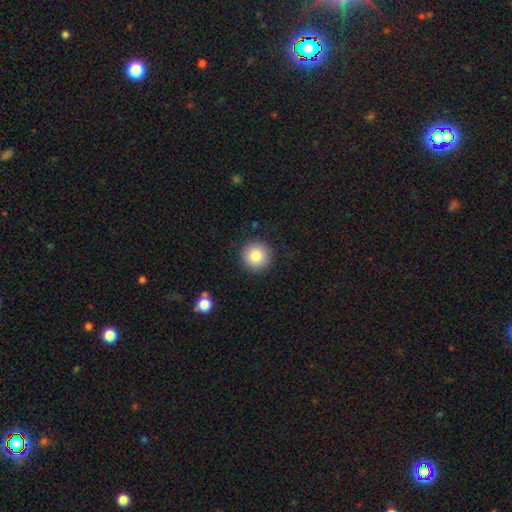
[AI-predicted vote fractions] A smooth galaxy with no disk features (85%) that is round (96%). Merging: none (90%).